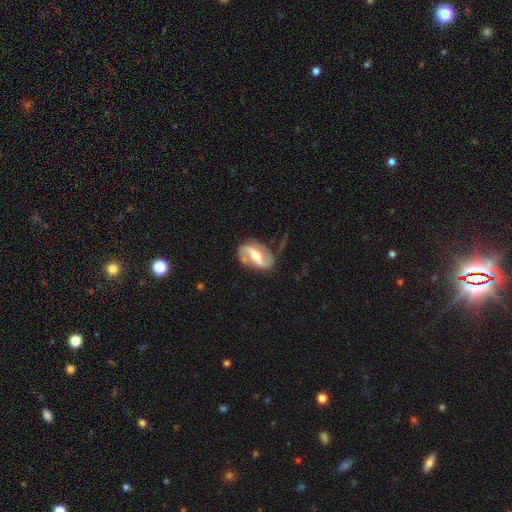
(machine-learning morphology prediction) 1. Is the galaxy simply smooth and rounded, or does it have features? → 85% featured or disk, 10% smooth, 5% star or artifact.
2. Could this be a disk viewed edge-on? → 97% no, 3% yes.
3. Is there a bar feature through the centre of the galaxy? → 48% strong, 34% weak, 17% no.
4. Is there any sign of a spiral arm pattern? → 94% yes, 6% no.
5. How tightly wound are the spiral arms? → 44% medium, 37% loose, 19% tight.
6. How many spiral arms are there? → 92% 2, 3% can't tell, 2% 1, 1% 3, 1% 4, 1% more than 4.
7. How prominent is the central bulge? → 55% moderate, 30% small, 10% large, 4% none, 2% dominant.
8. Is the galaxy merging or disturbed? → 72% none, 18% minor disturbance, 8% major disturbance, 2% merger.